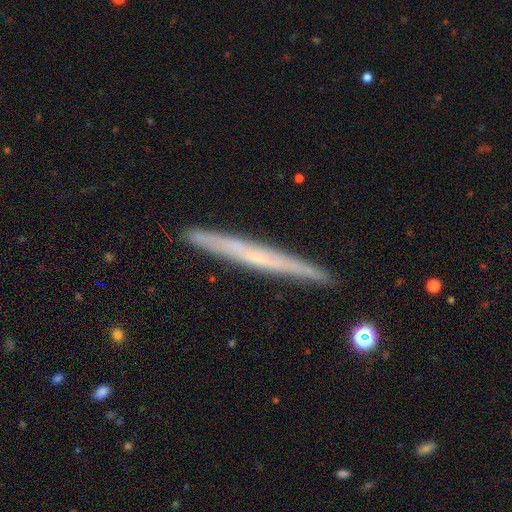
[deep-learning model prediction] This is likely a featured or disk galaxy (60%). It is clearly viewed edge-on (96%). Edge-on bulge: likely none (76%). Merging: clearly none (90%).